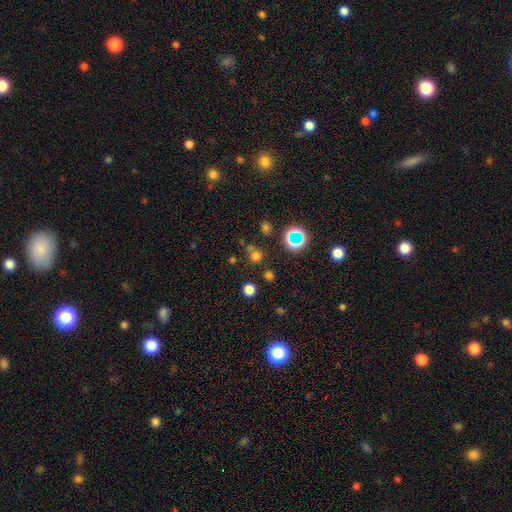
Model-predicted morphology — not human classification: Smooth or featured? smooth (62%)
How rounded? round (89%)
Merging? none (71%)